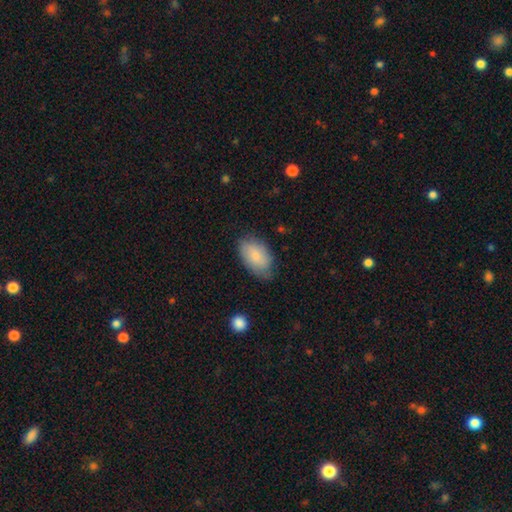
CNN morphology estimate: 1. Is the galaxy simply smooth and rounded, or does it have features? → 79% smooth, 15% featured or disk, 6% star or artifact.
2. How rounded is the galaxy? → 92% in between, 6% round, 2% cigar-shaped.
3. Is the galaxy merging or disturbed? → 71% none, 23% minor disturbance, 4% major disturbance, 1% merger.